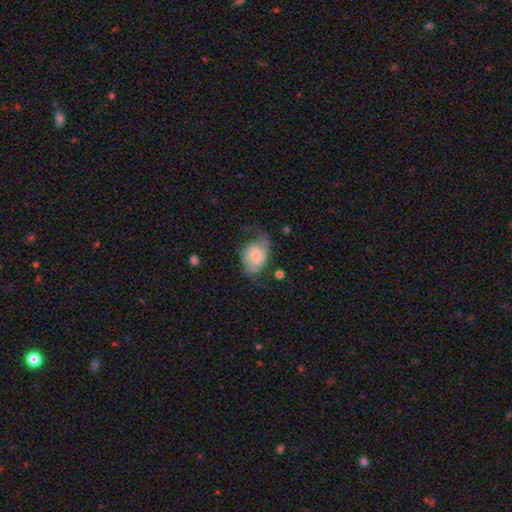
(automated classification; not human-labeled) Overall: featured or disk (73%). Edge-on disk: no (97%). Bar: no (64%; weak 32%). Spiral arms: yes (93%). Spiral arm count: 2 (71%). Spiral winding: medium (43%; tight 36%). Bulge size: small (46%; moderate 43%). Merging: none (50%; minor disturbance 26%).